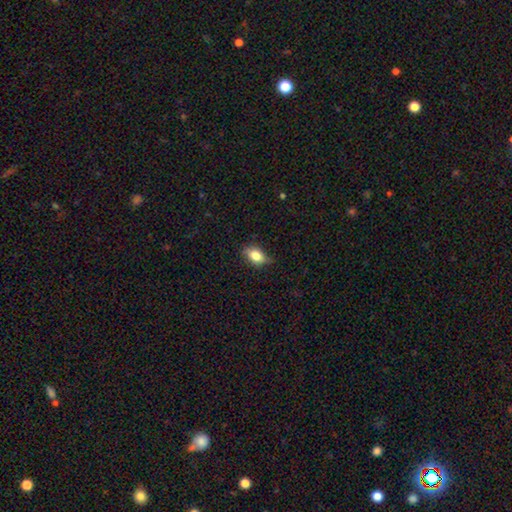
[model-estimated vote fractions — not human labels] smooth 80%, featured or disk 12%, star or artifact 8%. Down the decision tree: how rounded — in between (82%); merging — none (74%).